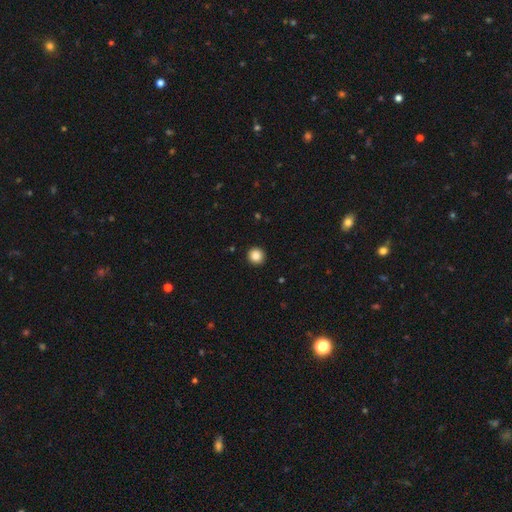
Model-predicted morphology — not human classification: smooth 87%, star or artifact 10%, featured or disk 4%. Down the decision tree: how rounded — round (95%); merging — none (93%).